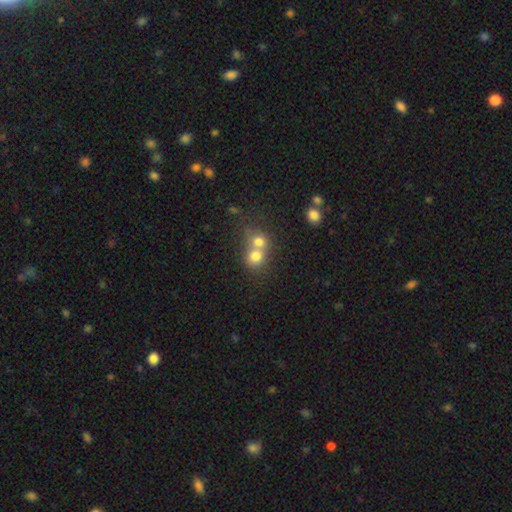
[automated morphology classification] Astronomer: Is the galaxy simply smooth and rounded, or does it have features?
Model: smooth — 74%.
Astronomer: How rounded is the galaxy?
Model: round — 75%.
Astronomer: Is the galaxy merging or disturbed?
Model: merger — 66%.